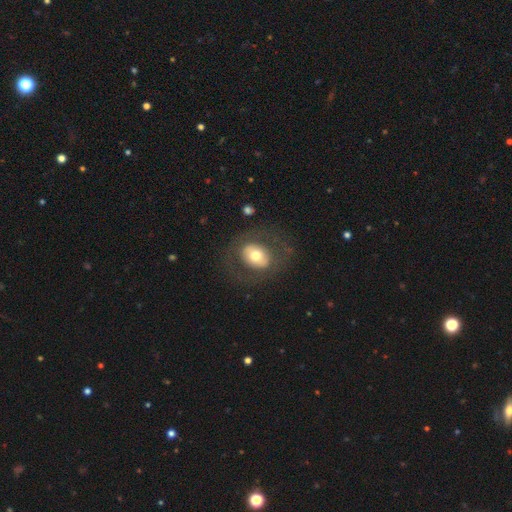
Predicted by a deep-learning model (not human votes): Smooth or featured? Predicted: smooth (p=0.54). How rounded? Predicted: in between (p=0.51). Merging? Predicted: none (p=0.75).